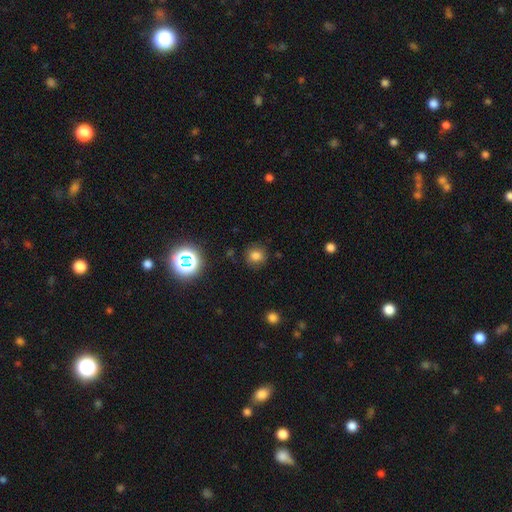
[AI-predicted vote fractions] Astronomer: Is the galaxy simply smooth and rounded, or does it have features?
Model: smooth — 76%.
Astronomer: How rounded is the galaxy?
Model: round — 87%.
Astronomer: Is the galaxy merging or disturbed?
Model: none — 86%.